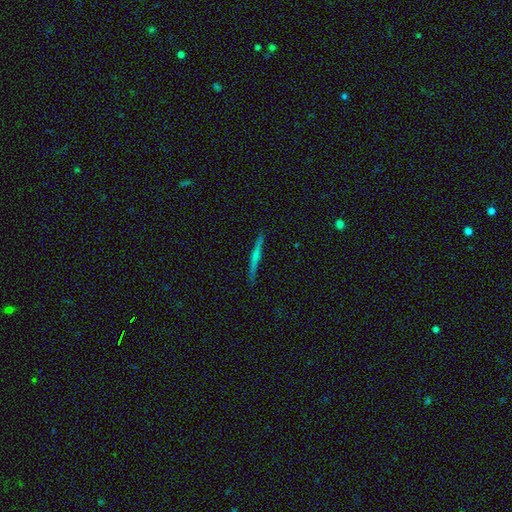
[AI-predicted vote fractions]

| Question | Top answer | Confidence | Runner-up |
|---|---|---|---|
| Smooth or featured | featured or disk | 58% | smooth (34%) |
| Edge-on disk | yes | 98% | no (2%) |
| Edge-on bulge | rounded | 48% | none (41%) |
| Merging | none | 89% | minor disturbance (8%) |